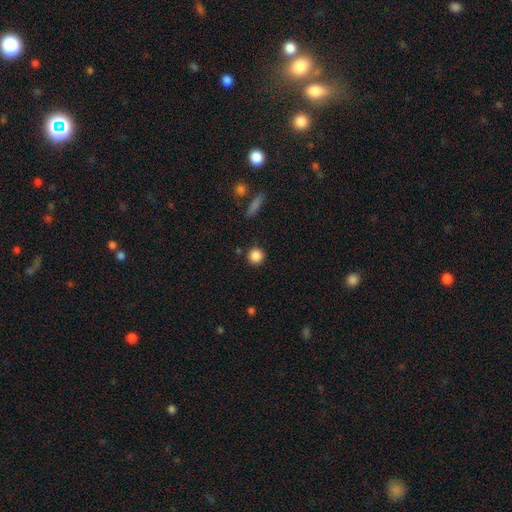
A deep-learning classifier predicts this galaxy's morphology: Smooth or featured: smooth — 87% (star or artifact — 10%)
How rounded: round — 94% (in between — 5%)
Merging: none — 89% (minor disturbance — 7%)